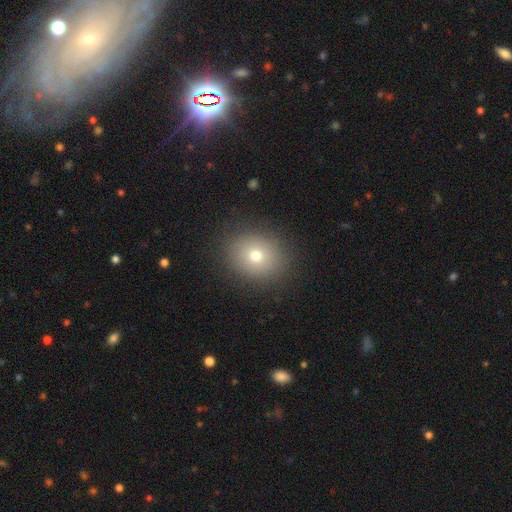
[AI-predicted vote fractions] The model was most divided on "how rounded": round: 69%, in between: 30%, cigar-shaped: 1%. More confident: merging — none (88%); smooth or featured — smooth (73%).